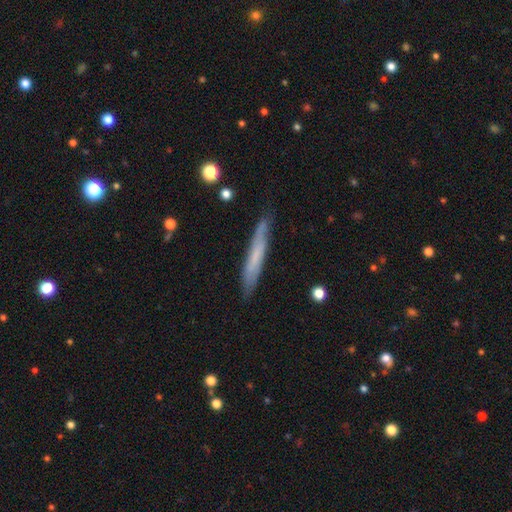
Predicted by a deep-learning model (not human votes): Smooth or featured? smooth (52%)
How rounded? cigar-shaped (94%)
Merging? none (82%)